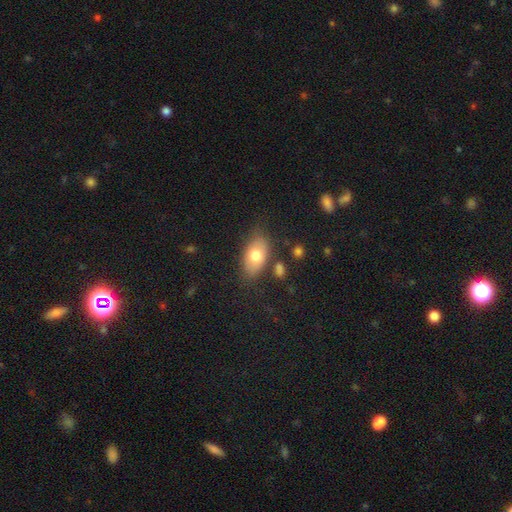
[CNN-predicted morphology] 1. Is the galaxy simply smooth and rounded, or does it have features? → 73% smooth, 20% featured or disk, 7% star or artifact.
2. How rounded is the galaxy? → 90% in between, 7% round, 3% cigar-shaped.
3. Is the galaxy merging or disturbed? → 73% none, 17% minor disturbance, 5% major disturbance, 5% merger.